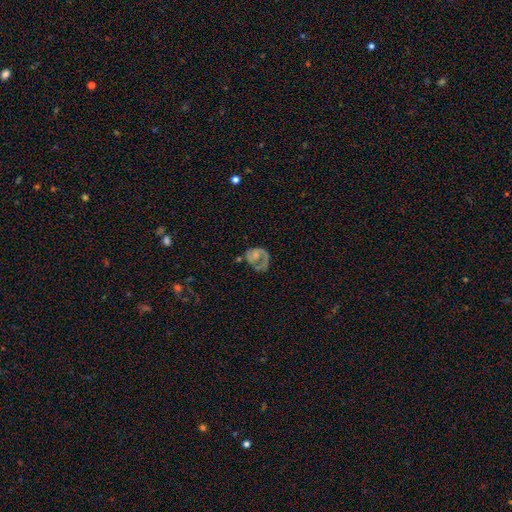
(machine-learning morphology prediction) featured or disk 67%, smooth 26%, star or artifact 7%. Down the decision tree: edge-on disk — no (98%); bar — no (72%); spiral arms — yes (72%); bulge size — small (46%); merging — major disturbance (38%).